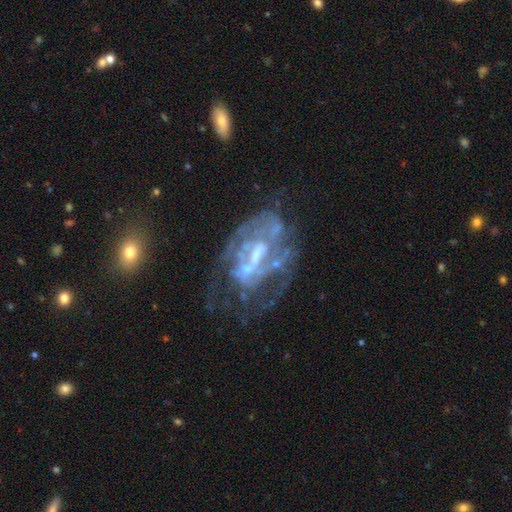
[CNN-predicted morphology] This is clearly a featured or disk galaxy (81%). It is clearly not viewed edge-on (96%). Bar: marginally weak (40%). Spiral arm pattern: likely yes (64%). Spiral arm count: possibly can't tell (45%). Spiral winding: marginally medium (40%, tied with tight). Central bulge: marginally moderate (42%). Merging: marginally none (39%).